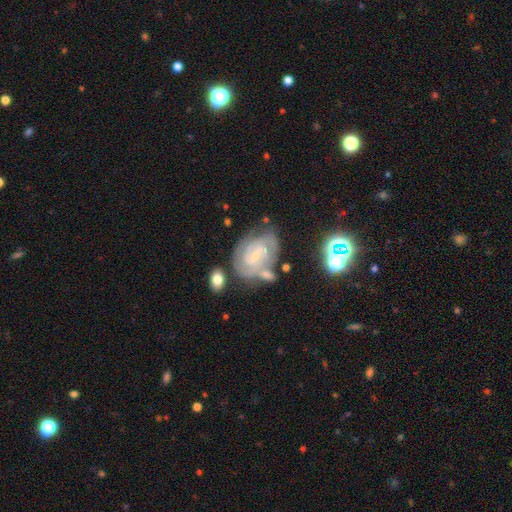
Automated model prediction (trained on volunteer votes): This appears to be a featured or disk galaxy (84%) with a weak bar (51%), 2 (55%) tight (63%) spiral arms (96%) and a small central bulge (69%). Merging: none (59%).